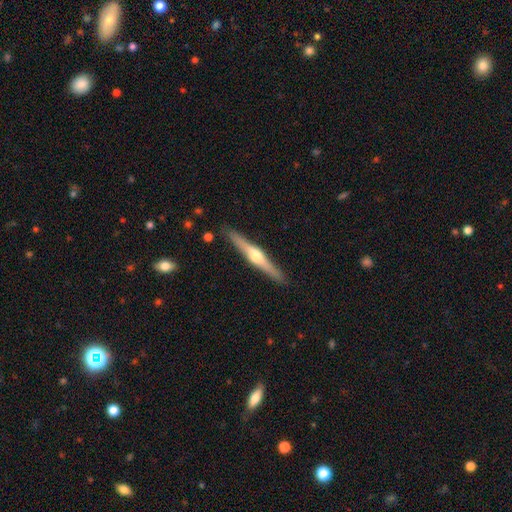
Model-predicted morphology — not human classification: This is likely a featured or disk galaxy (74%). It is clearly viewed edge-on (98%). Edge-on bulge: clearly rounded (91%). Merging: clearly none (90%).